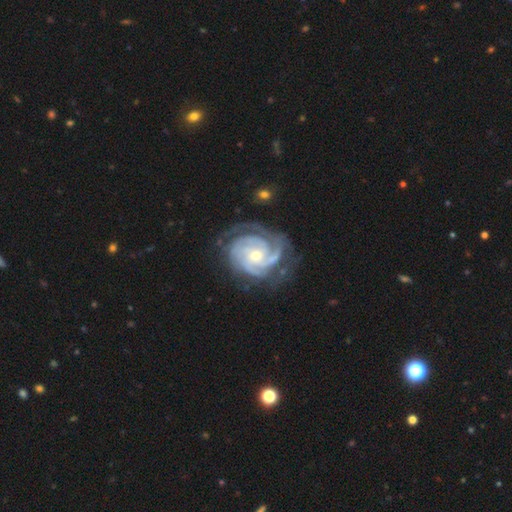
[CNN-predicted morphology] Smooth or featured?
  - featured or disk: 93% *
  - star or artifact: 4%
  - smooth: 3%
Edge-on disk?
  - no: 98% *
  - yes: 2%
Bar?
  - no: 67% *
  - weak: 25%
  - strong: 8%
Spiral arms?
  - yes: 98% *
  - no: 2%
Spiral winding?
  - tight: 73% *
  - medium: 24%
  - loose: 3%
Spiral arm count?
  - 3: 44% *
  - 4: 18%
  - 2: 15%
  - can't tell: 12%
  - more than 4: 6%
  - 1: 5%
Bulge size?
  - small: 54% *
  - moderate: 43%
  - large: 1%
  - none: 1%
  - dominant: 1%
Merging?
  - none: 69% *
  - minor disturbance: 19%
  - major disturbance: 10%
  - merger: 2%